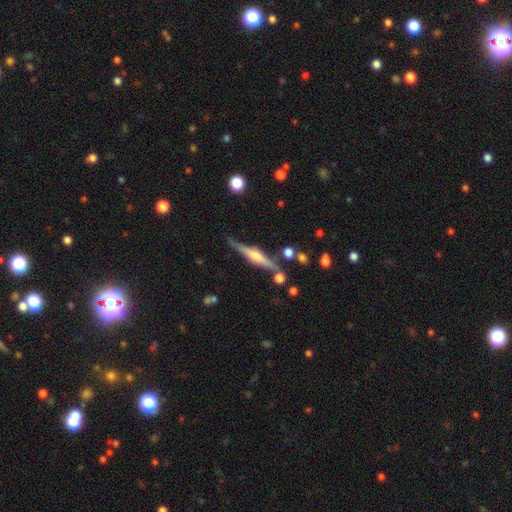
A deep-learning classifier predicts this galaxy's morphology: Smooth or featured: featured or disk — 78% (smooth — 16%)
Edge-on disk: yes — 98% (no — 2%)
Edge-on bulge: rounded — 87% (boxy — 10%)
Merging: none — 82% (minor disturbance — 11%)